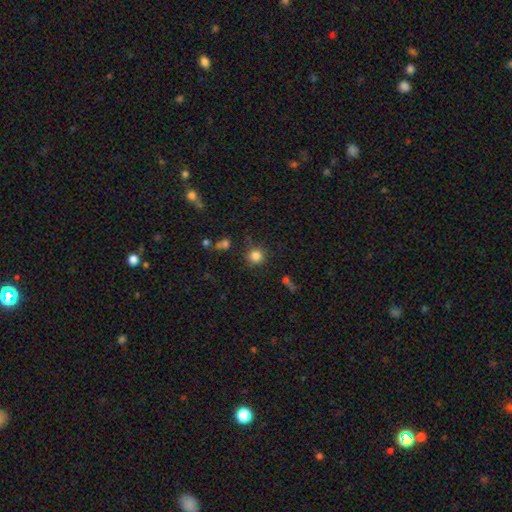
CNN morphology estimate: This appears to be a smooth galaxy with no disk features (82%) that is round (92%). Merging: none (80%).